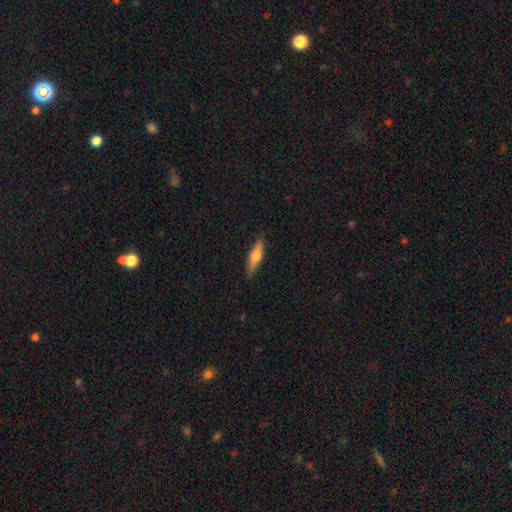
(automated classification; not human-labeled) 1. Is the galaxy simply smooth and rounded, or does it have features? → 53% smooth, 41% featured or disk, 6% star or artifact.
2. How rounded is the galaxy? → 72% cigar-shaped, 26% in between, 2% round.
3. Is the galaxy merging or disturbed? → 86% none, 11% minor disturbance, 2% major disturbance, 1% merger.